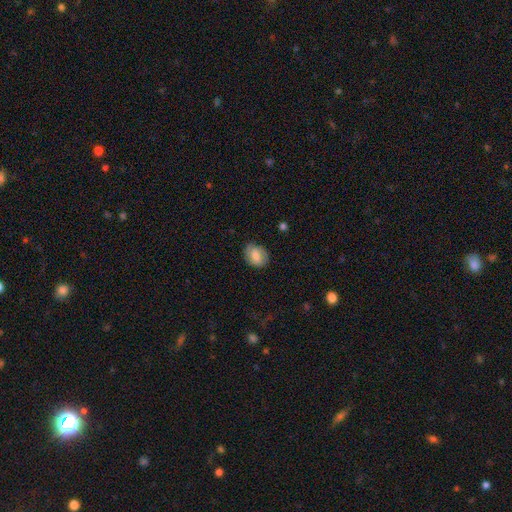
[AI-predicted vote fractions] Smooth or featured: smooth — 75% (featured or disk — 17%)
How rounded: in between — 62% (round — 37%)
Merging: none — 80% (minor disturbance — 16%)